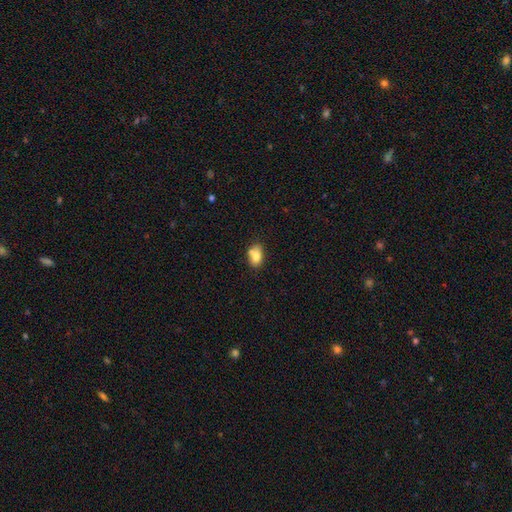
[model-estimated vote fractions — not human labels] Q: Smooth or featured?
A: smooth (76%); runner-up: featured or disk (15%)
Q: How rounded?
A: in between (80%); runner-up: round (18%)
Q: Merging?
A: none (51%); runner-up: merger (28%)